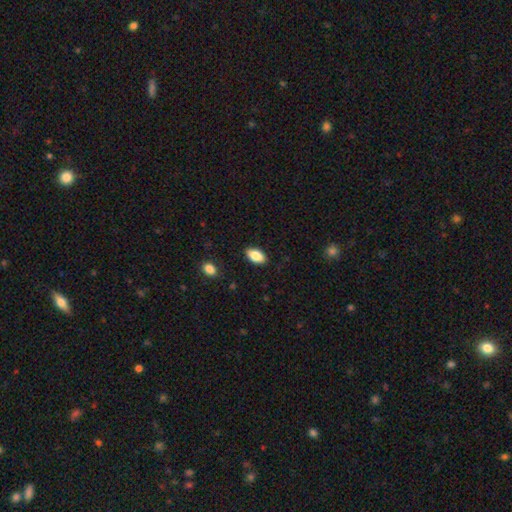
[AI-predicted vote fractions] Smooth or featured? Predicted: smooth (p=0.86). How rounded? Predicted: in between (p=0.92). Merging? Predicted: none (p=0.87).